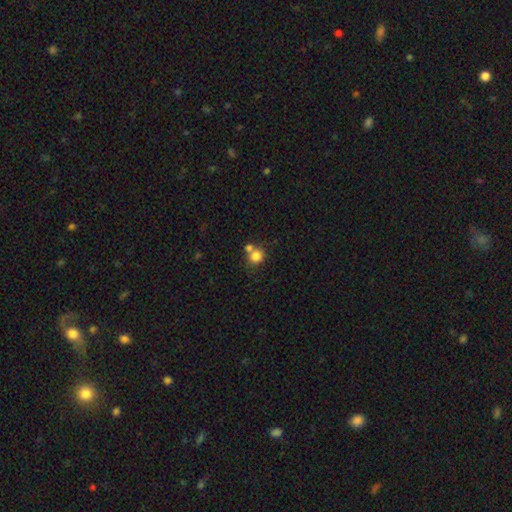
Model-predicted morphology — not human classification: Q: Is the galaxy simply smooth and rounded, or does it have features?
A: smooth — 81%.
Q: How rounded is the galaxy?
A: round — 84%.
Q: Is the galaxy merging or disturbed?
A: none — 51%.